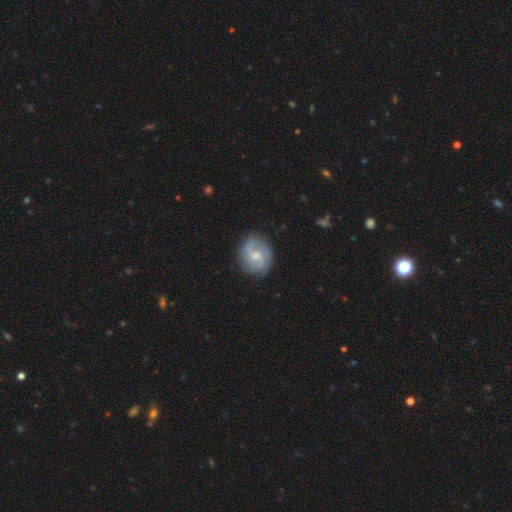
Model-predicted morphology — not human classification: A featured or disk galaxy (74%) with no bar (56%), 2 (36%) medium (42%) spiral arms (92%) and a small central bulge (51%).

Vote fractions:
- Smooth or featured? featured or disk: 74% / smooth: 21% / star or artifact: 6%
- Edge-on disk? no: 98% / yes: 2%
- Bar? no: 56% / weak: 38% / strong: 6%
- Spiral arms? yes: 92% / no: 8%
- Spiral winding? medium: 42% / tight: 41% / loose: 17%
- Spiral arm count? 2: 36% / 3: 26% / can't tell: 24% / 4: 6% / 1: 5% / more than 4: 4%
- Bulge size? small: 51% / moderate: 45% / none: 2% / large: 2% / dominant: 1%
- Merging? none: 79% / minor disturbance: 15% / major disturbance: 5% / merger: 1%